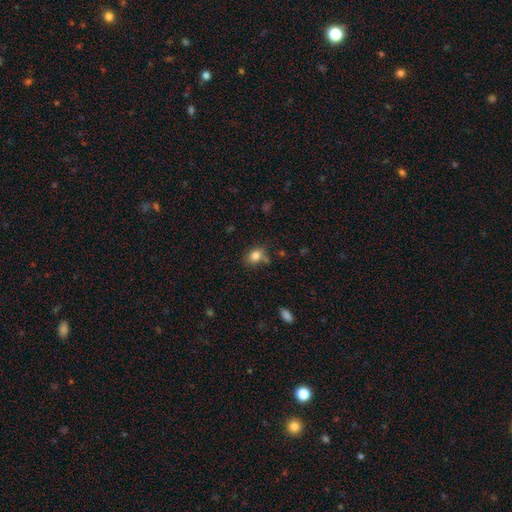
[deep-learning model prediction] A smooth galaxy with no disk features (82%) that is in between round and cigar-shaped (63%). Merging: none (67%).